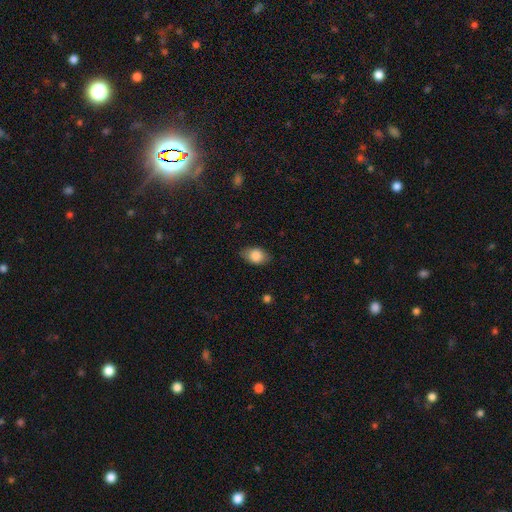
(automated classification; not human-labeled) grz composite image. It shows a smooth galaxy with no disk features (83%) that is in between round and cigar-shaped (81%). Merging: none (79%).